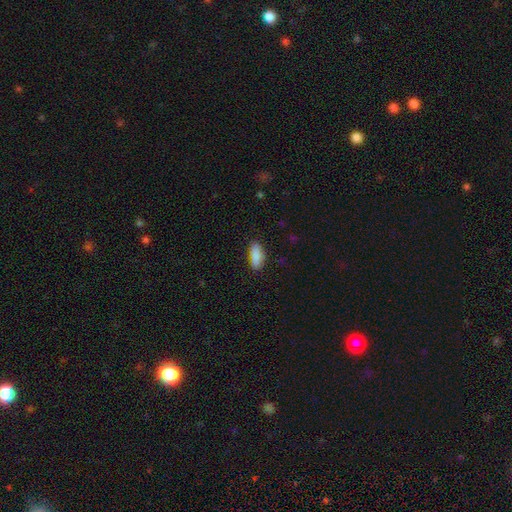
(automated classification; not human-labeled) Smooth or featured? smooth (89%)
How rounded? in between (82%)
Merging? none (83%)